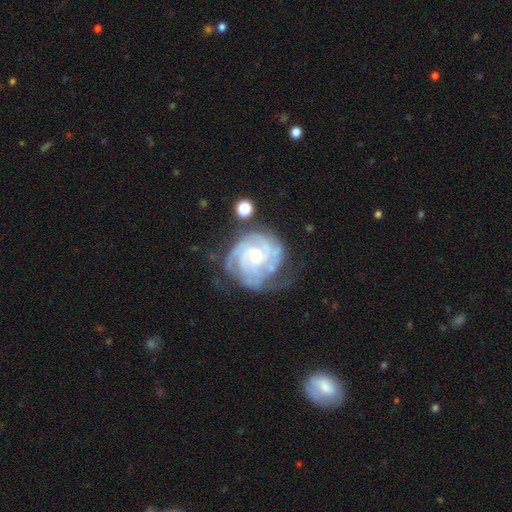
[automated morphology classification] Overall: featured or disk (87%). Edge-on disk: no (98%). Bar: no (66%; weak 27%). Spiral arms: yes (96%). Spiral arm count: can't tell (28%; 3 25%). Spiral winding: tight (72%). Bulge size: small (51%; moderate 44%). Merging: none (59%; minor disturbance 23%).